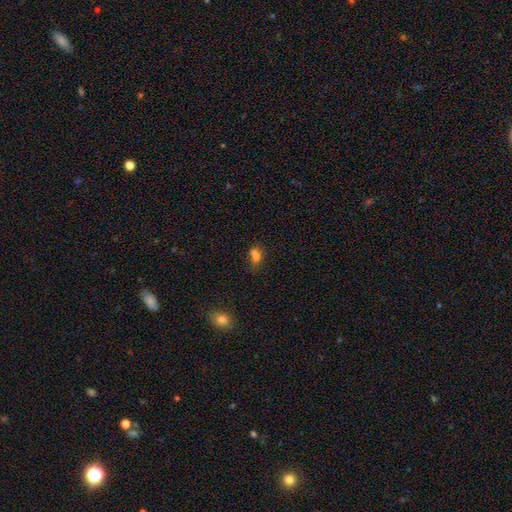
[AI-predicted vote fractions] smooth 69%, star or artifact 19%, featured or disk 12%. Down the decision tree: how rounded — in between (62%); merging — merger (42%).